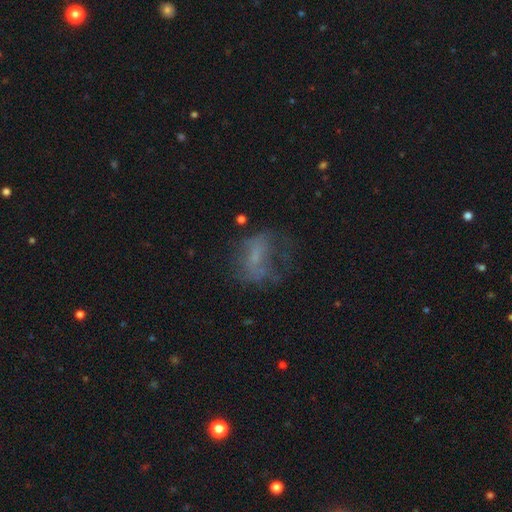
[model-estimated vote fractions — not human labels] Smooth or featured: featured or disk — 41% (smooth — 39%)
Merging: none — 38% (tied with major disturbance — 38%)